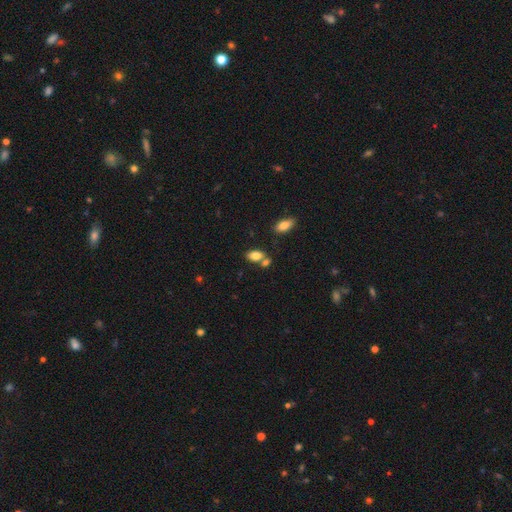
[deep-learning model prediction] Morphology: type=smooth (81%); roundness=in between (90%); merging=none (55%).